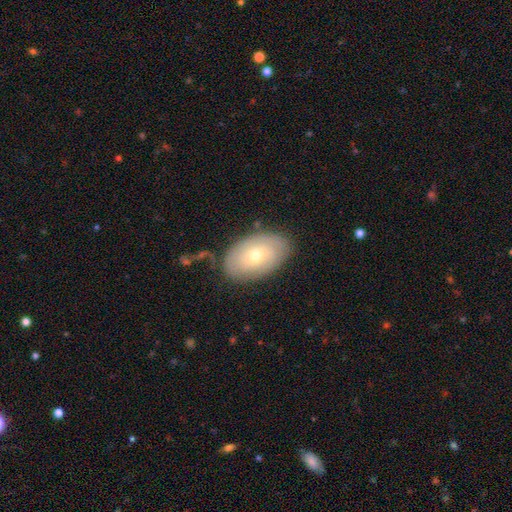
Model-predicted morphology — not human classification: The model was most divided on "smooth or featured": smooth: 47%, featured or disk: 46%, star or artifact: 7%. More confident: merging — none (77%).